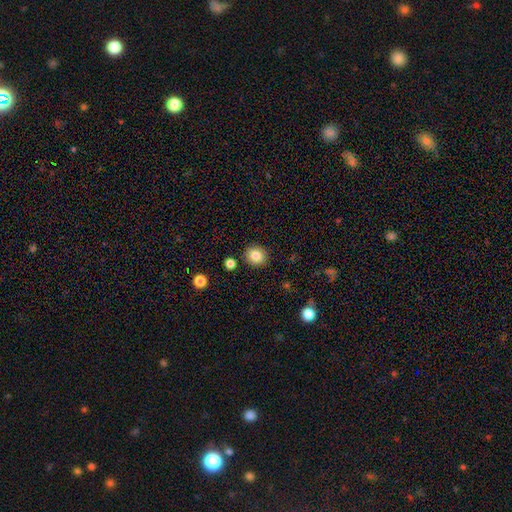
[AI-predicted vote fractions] Smooth or featured: smooth — 83% (star or artifact — 10%)
How rounded: round — 85% (in between — 14%)
Merging: none — 89% (minor disturbance — 7%)